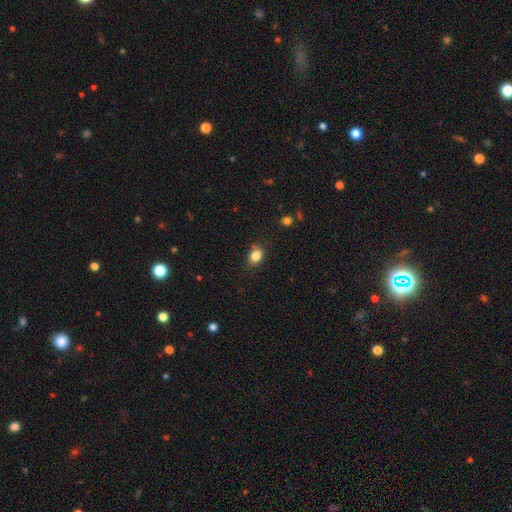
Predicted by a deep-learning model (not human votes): The model was most divided on "how rounded": in between: 54%, round: 45%, cigar-shaped: 1%. More confident: smooth or featured — smooth (84%); merging — none (76%).